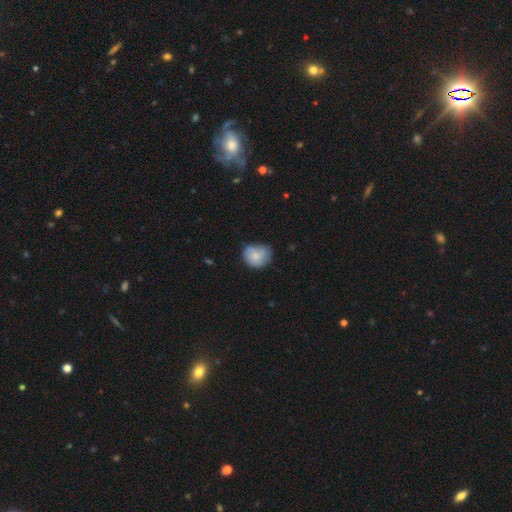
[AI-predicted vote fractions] Smooth or featured? Predicted: smooth (p=0.74). How rounded? Predicted: round (p=0.63). Merging? Predicted: none (p=0.49).